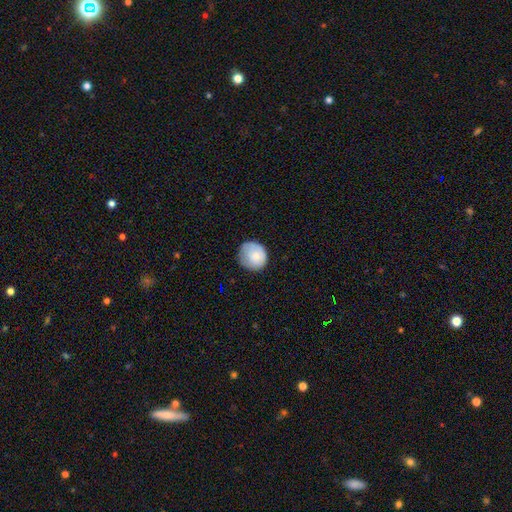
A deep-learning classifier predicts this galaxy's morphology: This is clearly a smooth galaxy (82%). How rounded: clearly round (84%). Merging: likely none (71%).